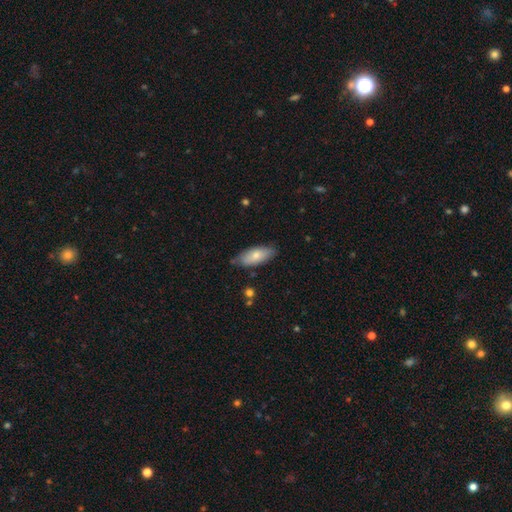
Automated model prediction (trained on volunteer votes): smooth 74%, featured or disk 20%, star or artifact 6%. Down the decision tree: how rounded — in between (82%); merging — none (77%).